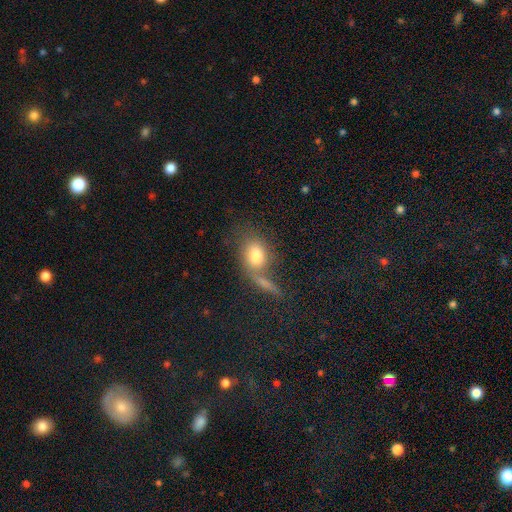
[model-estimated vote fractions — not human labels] Morphology: type=smooth (77%); roundness=in between (57%); merging=none (50%).